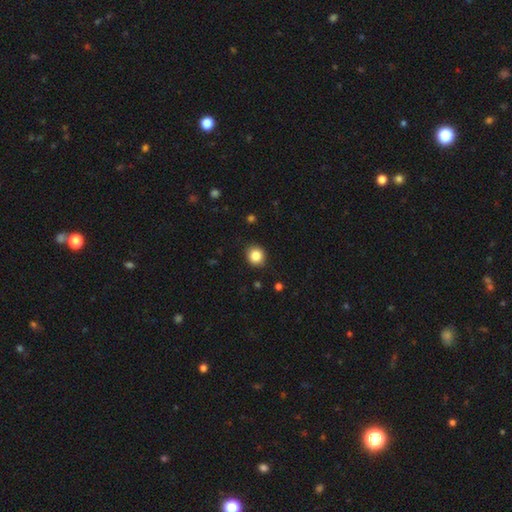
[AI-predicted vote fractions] Smooth or featured? Predicted: smooth (p=0.85). How rounded? Predicted: round (p=0.85). Merging? Predicted: none (p=0.90).